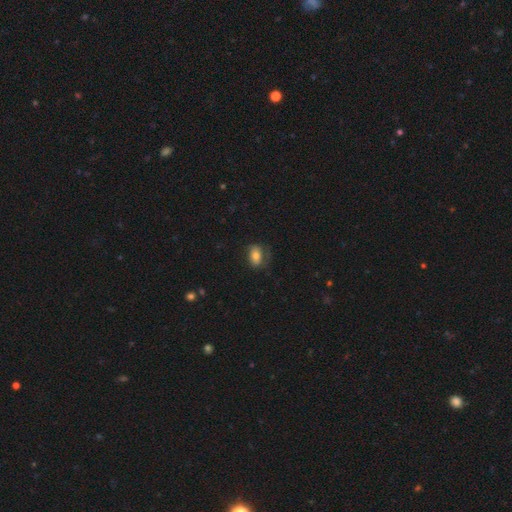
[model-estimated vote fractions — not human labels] The model was most divided on "merging": none: 62%, minor disturbance: 23%, major disturbance: 13%, merger: 1%. More confident: how rounded — in between (83%); smooth or featured — smooth (72%).